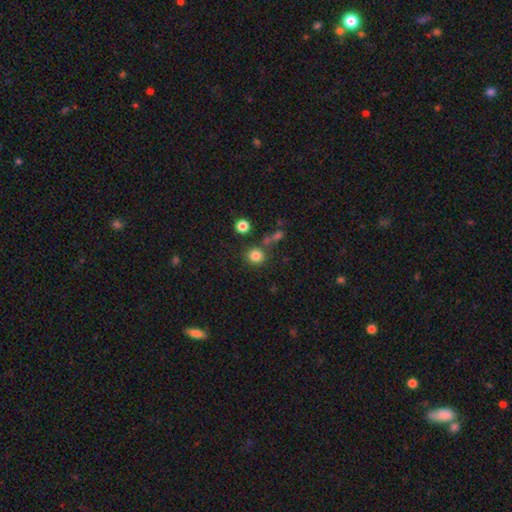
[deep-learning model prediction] Smooth or featured? Predicted: smooth (p=0.81). How rounded? Predicted: round (p=0.90). Merging? Predicted: none (p=0.77).